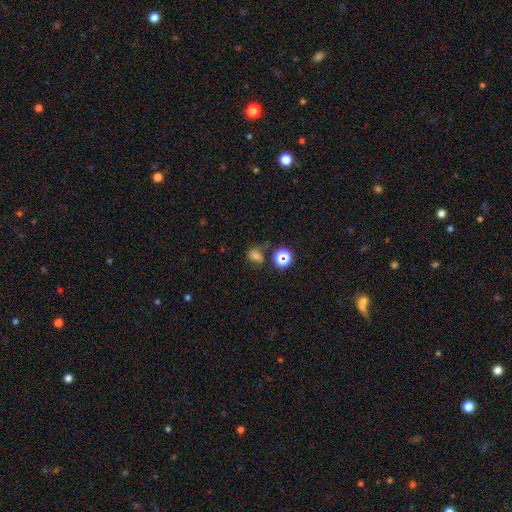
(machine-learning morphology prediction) Smooth or featured?
  - smooth: 57% *
  - star or artifact: 26%
  - featured or disk: 17%
How rounded?
  - in between: 53% *
  - round: 45%
  - cigar-shaped: 2%
Merging?
  - none: 43% *
  - minor disturbance: 23%
  - major disturbance: 20%
  - merger: 13%